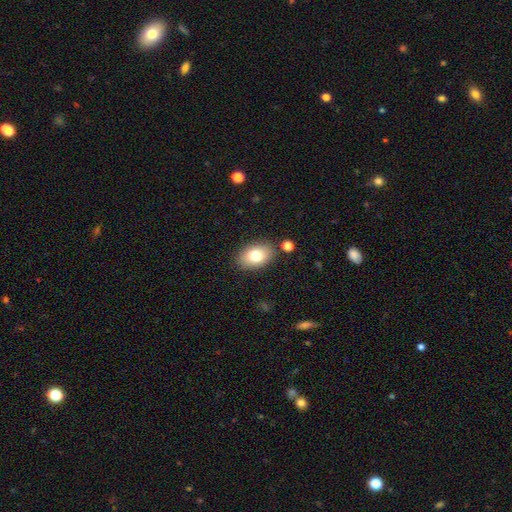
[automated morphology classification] The model was most divided on "smooth or featured": smooth: 78%, featured or disk: 14%, star or artifact: 8%. More confident: how rounded — in between (86%); merging — none (84%).